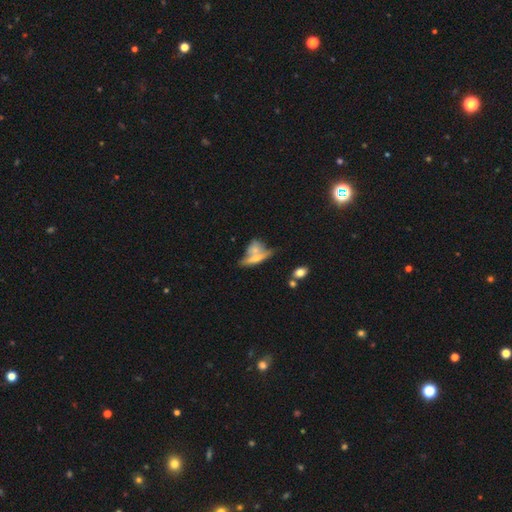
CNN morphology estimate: Q: Smooth or featured?
A: smooth (50%); runner-up: featured or disk (40%)
Q: How rounded?
A: in between (50%); runner-up: cigar-shaped (41%)
Q: Merging?
A: merger (47%); runner-up: none (33%)